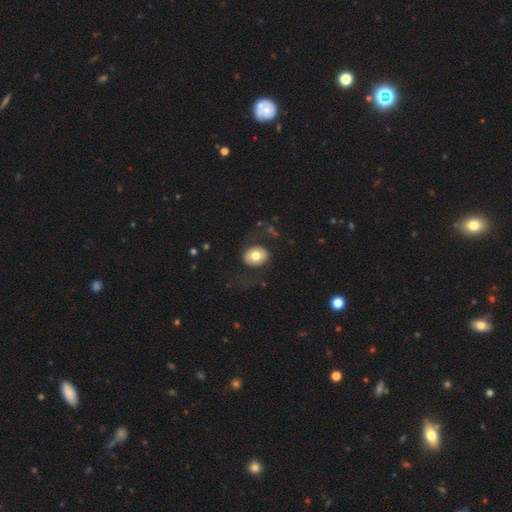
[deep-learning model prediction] smooth 65%, featured or disk 28%, star or artifact 7%. Down the decision tree: how rounded — in between (57%); merging — none (73%).